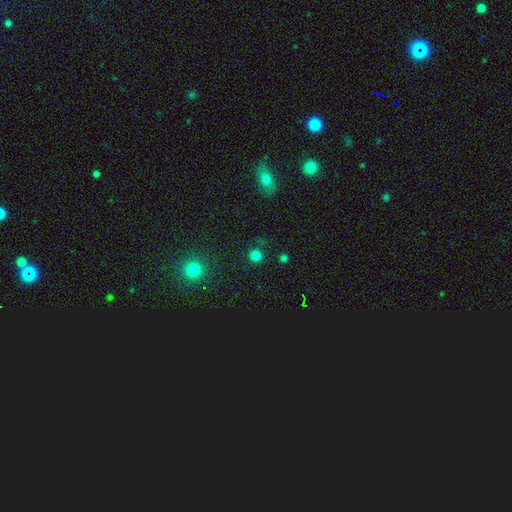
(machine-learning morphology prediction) Overall: smooth (78%). How rounded: round (94%). Merging: none (88%).